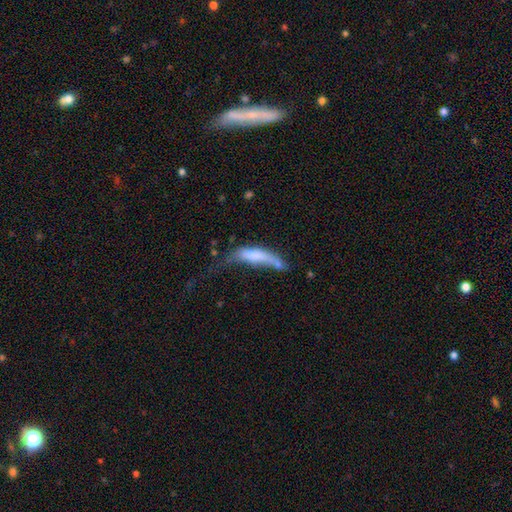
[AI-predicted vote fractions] Smooth or featured? Predicted: smooth (p=0.62). How rounded? Predicted: cigar-shaped (p=0.64). Merging? Predicted: major disturbance (p=0.40).